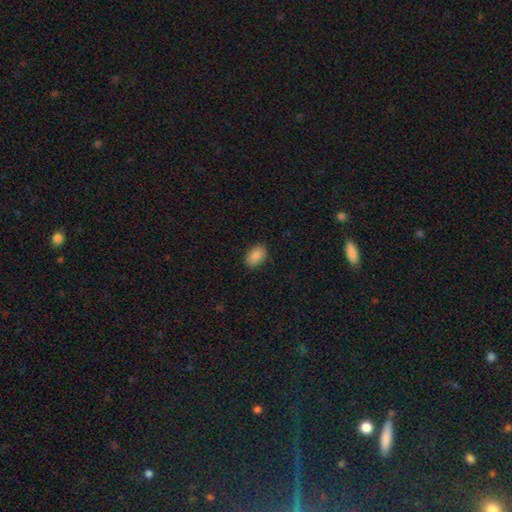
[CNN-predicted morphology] A smooth galaxy with no disk features (87%) that is in between round and cigar-shaped (84%). Merging: none (86%).